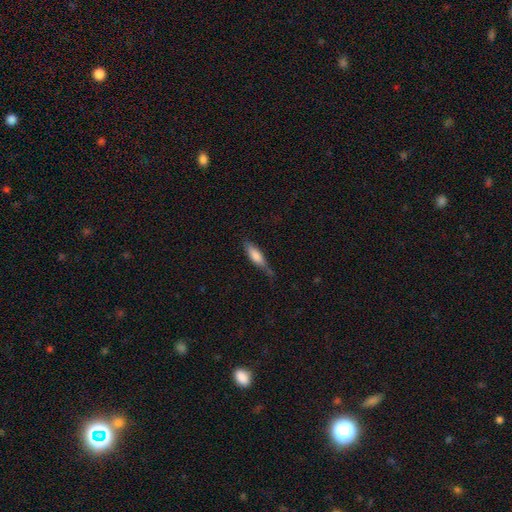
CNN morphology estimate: The model was most divided on "how rounded": cigar-shaped: 57%, in between: 41%, round: 2%. More confident: smooth or featured — smooth (73%); merging — none (54%).